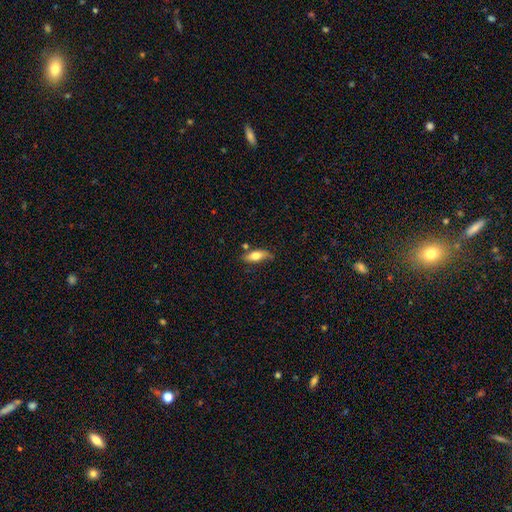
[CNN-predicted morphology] Smooth or featured? smooth (68%)
How rounded? in between (71%)
Merging? none (62%)